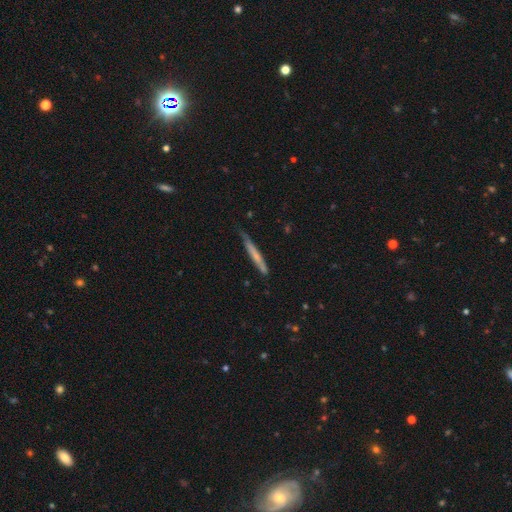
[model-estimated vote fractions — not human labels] The model was most divided on "smooth or featured": smooth: 52%, featured or disk: 42%, star or artifact: 6%. More confident: how rounded — cigar-shaped (96%); merging — none (72%).